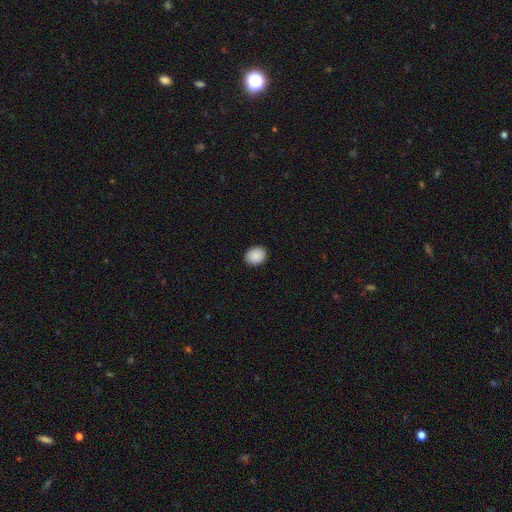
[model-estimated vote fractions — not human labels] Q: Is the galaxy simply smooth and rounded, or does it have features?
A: smooth — 90%.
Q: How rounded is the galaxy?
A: round — 53%.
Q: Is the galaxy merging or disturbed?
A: none — 91%.